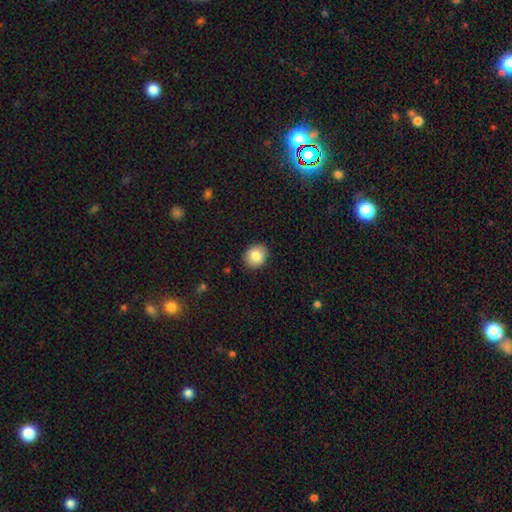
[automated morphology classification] Smooth or featured?
  - smooth: 84% *
  - star or artifact: 8%
  - featured or disk: 8%
How rounded?
  - round: 61% *
  - in between: 38%
  - cigar-shaped: 1%
Merging?
  - none: 89% *
  - minor disturbance: 8%
  - major disturbance: 2%
  - merger: 1%